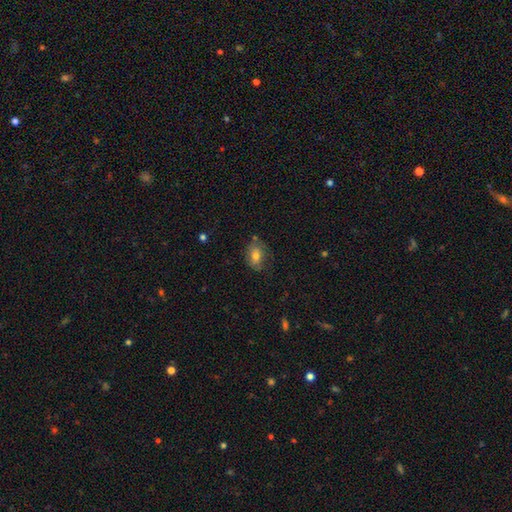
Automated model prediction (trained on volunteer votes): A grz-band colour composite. It shows a smooth galaxy with no disk features (70%) that is in between round and cigar-shaped (77%). Merging: none (65%).